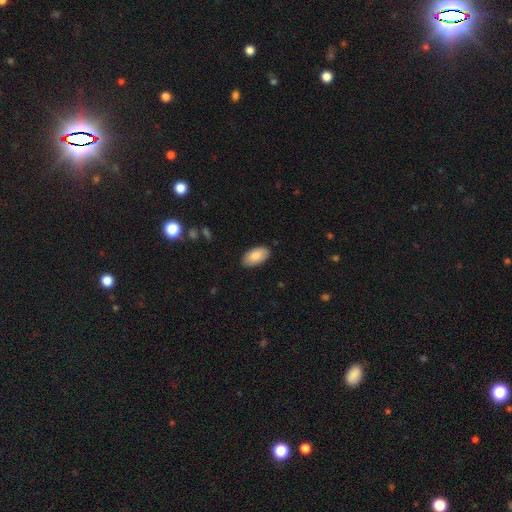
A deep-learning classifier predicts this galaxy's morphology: Smooth or featured: smooth — 83% (featured or disk — 11%)
How rounded: in between — 96% (round — 2%)
Merging: none — 88% (minor disturbance — 10%)